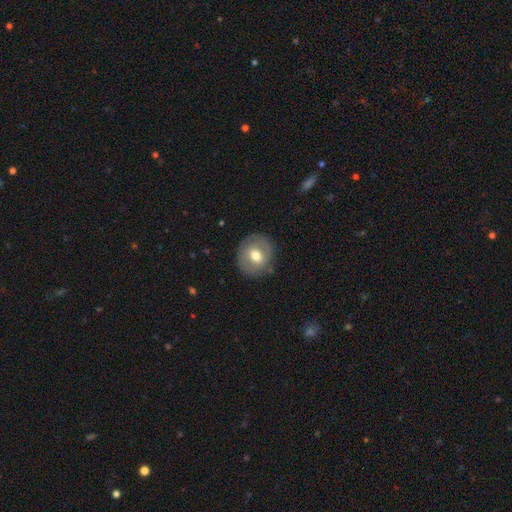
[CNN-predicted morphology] This appears to be a smooth galaxy with no disk features (56%) that is round (80%). Merging: none (80%).